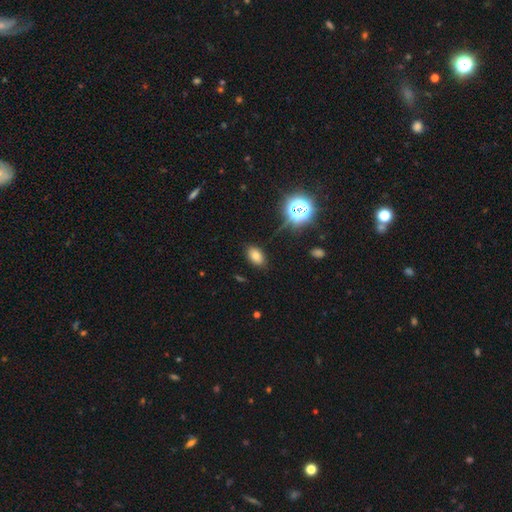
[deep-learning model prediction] Q: Smooth or featured?
A: smooth (73%); runner-up: star or artifact (18%)
Q: How rounded?
A: in between (87%); runner-up: round (12%)
Q: Merging?
A: none (84%); runner-up: minor disturbance (11%)